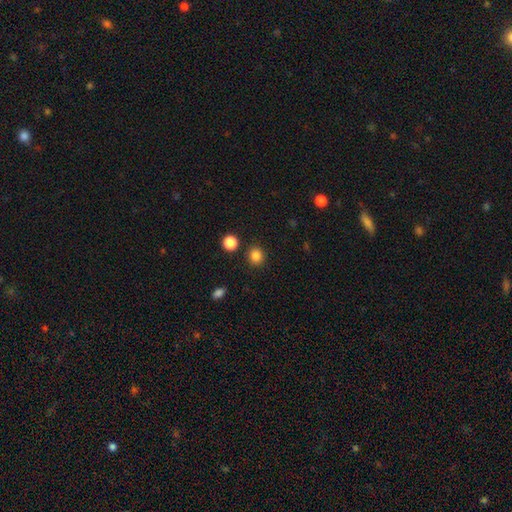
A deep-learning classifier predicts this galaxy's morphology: smooth-or-featured: smooth: 85% | star or artifact: 12% | featured or disk: 4%
  how-rounded: round: 85% | in between: 14% | cigar-shaped: 1%
  merging: none: 89% | minor disturbance: 6% | merger: 3% | major disturbance: 2%